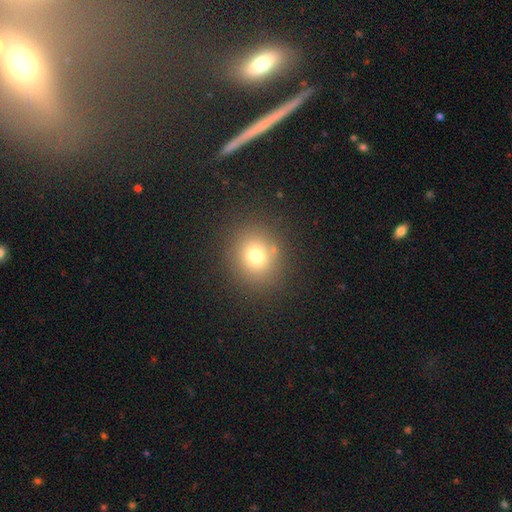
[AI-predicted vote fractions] smooth-or-featured: smooth: 73% | star or artifact: 17% | featured or disk: 10%
  how-rounded: round: 80% | in between: 19% | cigar-shaped: 1%
  merging: none: 84% | minor disturbance: 9% | major disturbance: 4% | merger: 4%